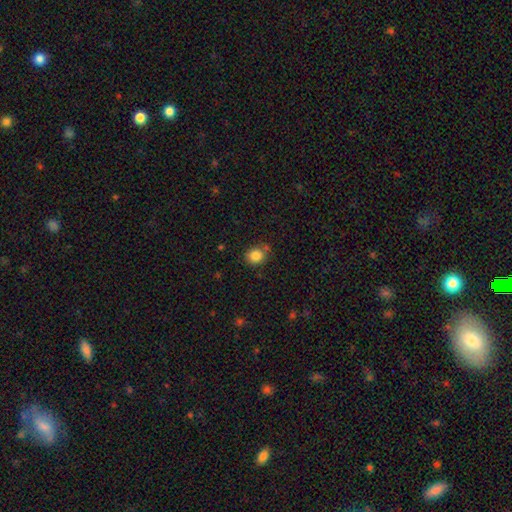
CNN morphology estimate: type=smooth (84%); roundness=round (72%); merging=none (75%).